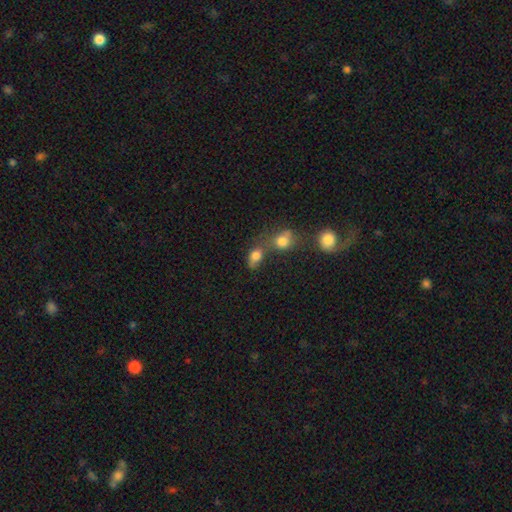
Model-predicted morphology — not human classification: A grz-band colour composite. It shows a smooth galaxy with no disk features (77%) that is in between round and cigar-shaped (62%). Merging: merger (46%).